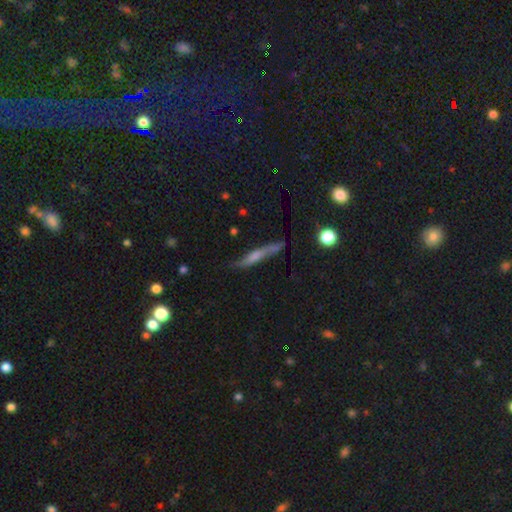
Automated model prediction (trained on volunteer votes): Smooth or featured? featured or disk (50%)
Edge-on disk? yes (83%)
Merging? none (66%)